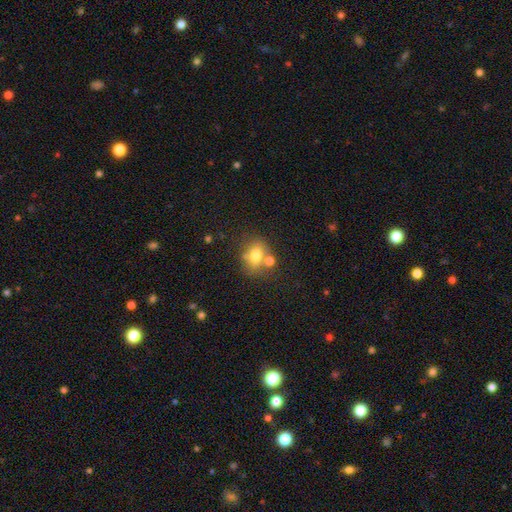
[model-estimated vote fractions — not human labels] Smooth or featured? Predicted: smooth (p=0.73). How rounded? Predicted: in between (p=0.52). Merging? Predicted: none (p=0.57).